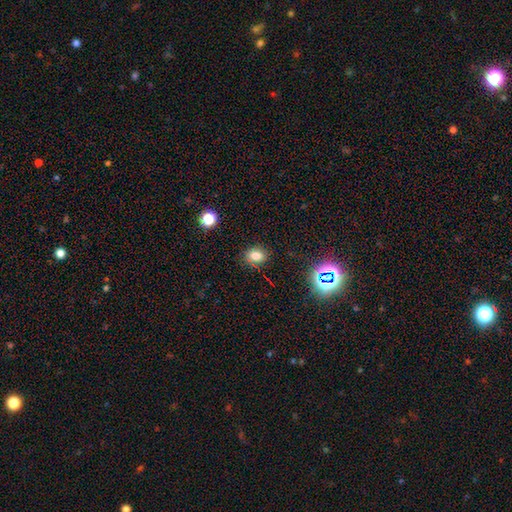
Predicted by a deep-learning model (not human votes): A smooth galaxy with no disk features (75%) that is in between round and cigar-shaped (63%). Merging: none (81%).